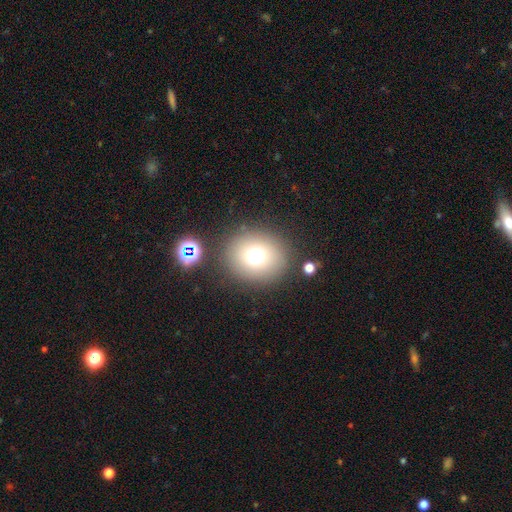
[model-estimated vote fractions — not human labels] This is likely a smooth galaxy (71%). How rounded: clearly round (81%). Merging: clearly none (82%).